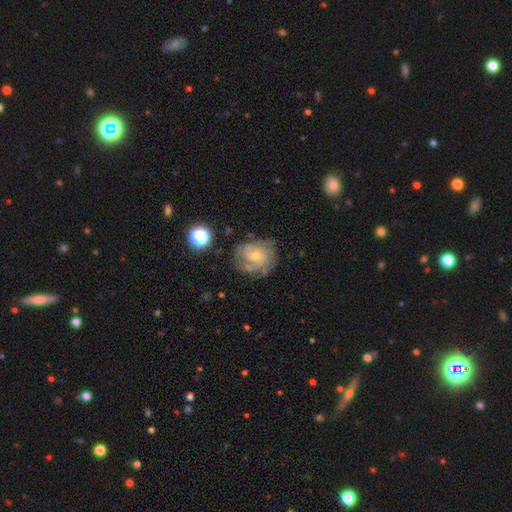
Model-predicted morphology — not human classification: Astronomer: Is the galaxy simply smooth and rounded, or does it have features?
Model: featured or disk — 72%.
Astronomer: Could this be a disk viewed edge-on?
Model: no — 98%.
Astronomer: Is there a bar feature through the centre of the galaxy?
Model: no — 71%.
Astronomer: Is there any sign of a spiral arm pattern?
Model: yes — 89%.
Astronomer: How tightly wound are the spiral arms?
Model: tight — 57% (runner-up: medium, 33%).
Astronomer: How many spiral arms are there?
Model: can't tell — 39% (runner-up: 2, 23%).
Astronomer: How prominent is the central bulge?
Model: small — 59% (runner-up: moderate, 36%).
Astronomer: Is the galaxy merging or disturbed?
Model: none — 65%.